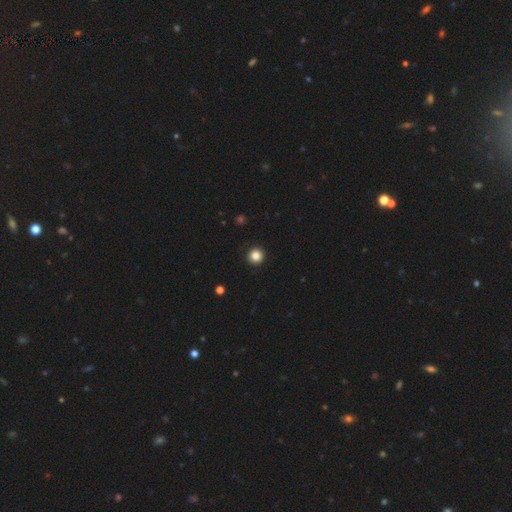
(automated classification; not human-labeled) smooth 85%, star or artifact 11%, featured or disk 4%. Down the decision tree: how rounded — round (96%); merging — none (93%).